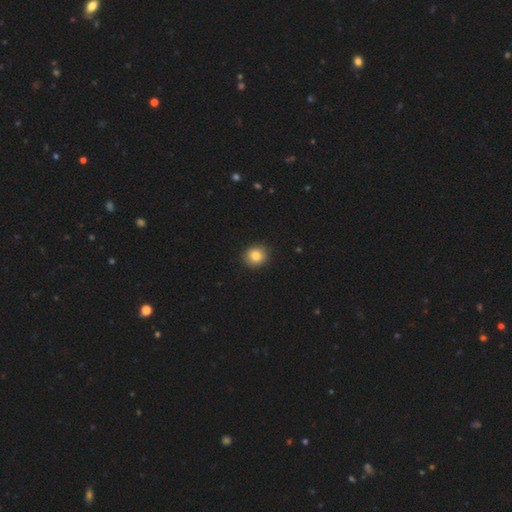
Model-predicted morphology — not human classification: Q: Smooth or featured?
A: smooth (84%); runner-up: star or artifact (10%)
Q: How rounded?
A: round (84%); runner-up: in between (15%)
Q: Merging?
A: none (91%); runner-up: minor disturbance (7%)